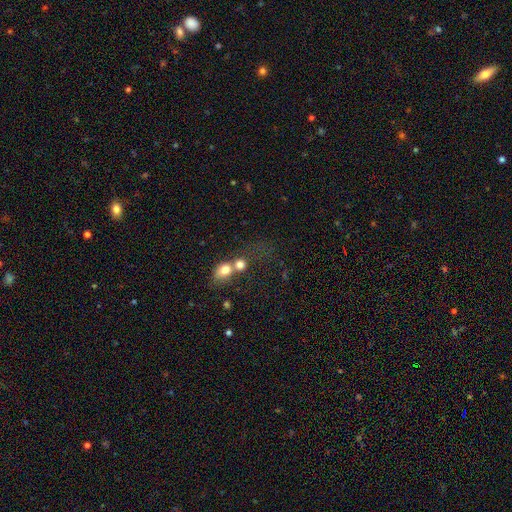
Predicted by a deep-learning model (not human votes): Smooth or featured?
  - smooth: 47% *
  - star or artifact: 32%
  - featured or disk: 21%
Merging?
  - merger: 48% *
  - none: 27%
  - major disturbance: 14%
  - minor disturbance: 10%